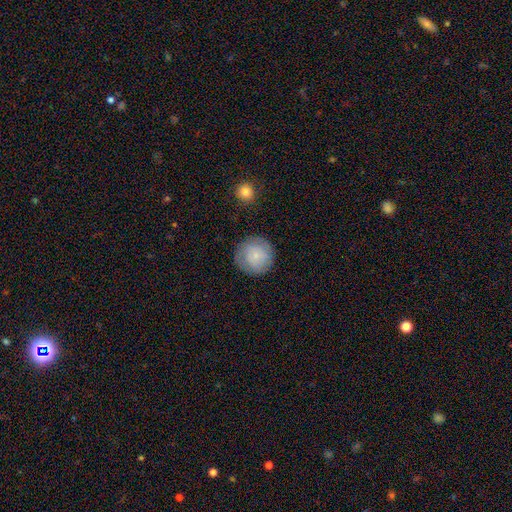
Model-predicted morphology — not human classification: Smooth or featured? smooth (76%)
How rounded? round (95%)
Merging? none (84%)